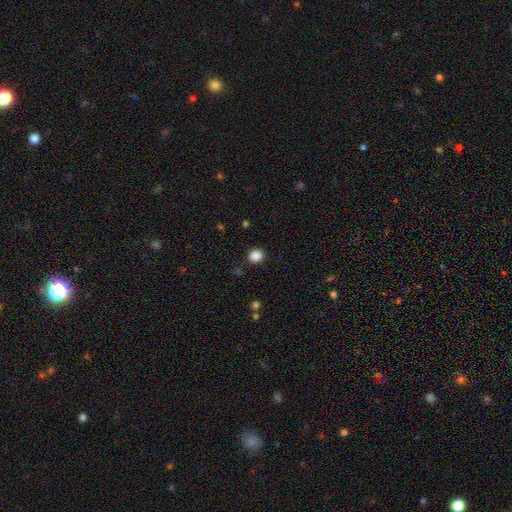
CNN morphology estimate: type=smooth (86%); roundness=round (83%); merging=none (90%).